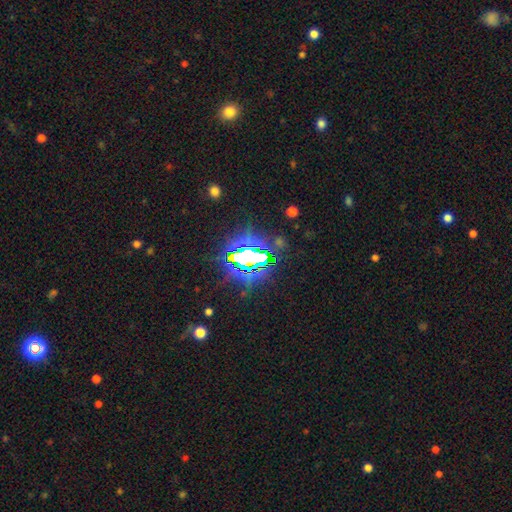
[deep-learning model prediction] A star or artifact, not a galaxy (75%).